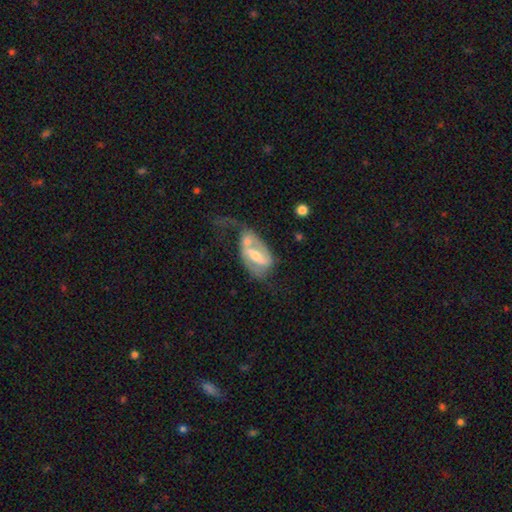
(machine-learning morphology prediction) Q: Smooth or featured?
A: featured or disk (77%); runner-up: smooth (17%)
Q: Edge-on disk?
A: no (94%); runner-up: yes (6%)
Q: Bar?
A: strong (56%); runner-up: weak (32%)
Q: Spiral arms?
A: yes (82%); runner-up: no (18%)
Q: Spiral winding?
A: loose (45%); runner-up: medium (38%)
Q: Spiral arm count?
A: 2 (81%); runner-up: 1 (8%)
Q: Bulge size?
A: moderate (55%); runner-up: small (34%)
Q: Merging?
A: merger (29%); runner-up: major disturbance (28%)